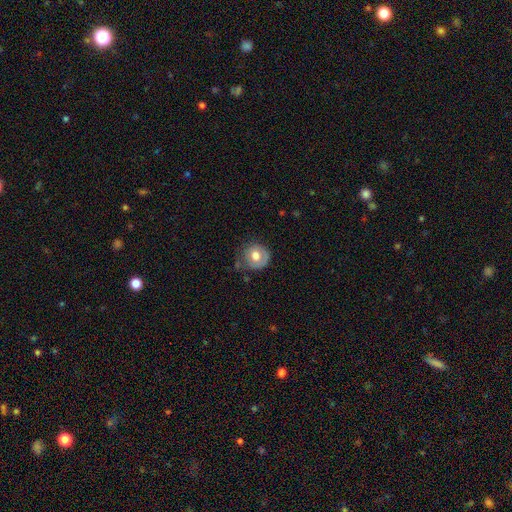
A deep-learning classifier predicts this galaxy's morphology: Smooth or featured? Predicted: smooth (p=0.65). How rounded? Predicted: round (p=0.87). Merging? Predicted: none (p=0.61).